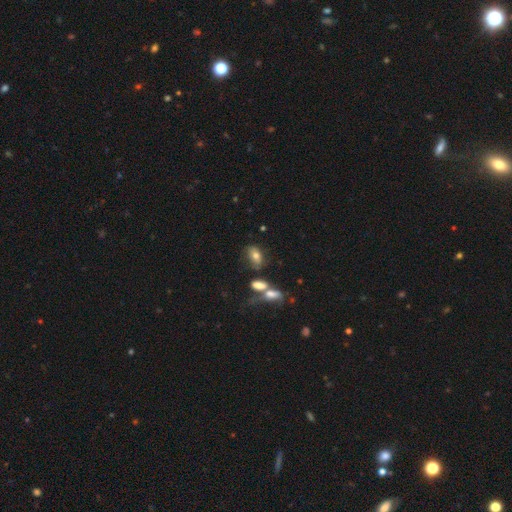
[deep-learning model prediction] A smooth galaxy with no disk features (69%) that is in between round and cigar-shaped (85%). Merging: none (55%).